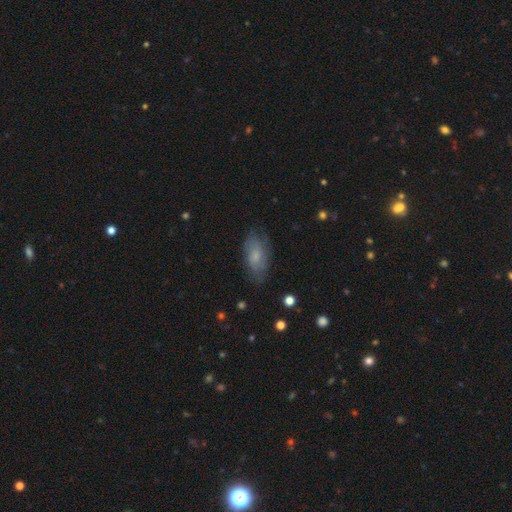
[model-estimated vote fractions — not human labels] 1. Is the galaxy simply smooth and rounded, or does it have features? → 66% smooth, 27% featured or disk, 8% star or artifact.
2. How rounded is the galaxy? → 87% in between, 9% cigar-shaped, 3% round.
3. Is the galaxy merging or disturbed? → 72% none, 21% minor disturbance, 6% major disturbance, 1% merger.